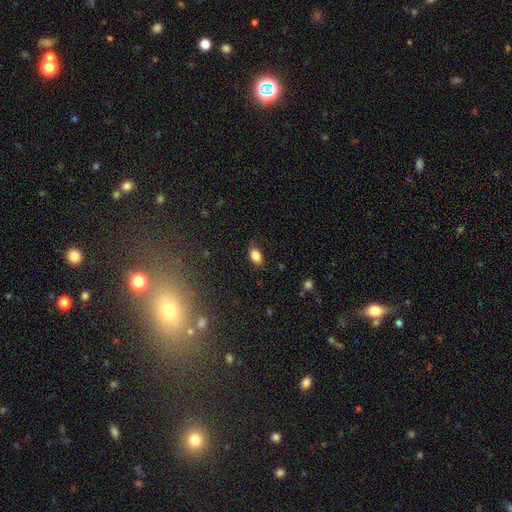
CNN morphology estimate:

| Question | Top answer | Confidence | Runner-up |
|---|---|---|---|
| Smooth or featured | smooth | 85% | star or artifact (9%) |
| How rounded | in between | 89% | round (9%) |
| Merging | none | 81% | minor disturbance (15%) |